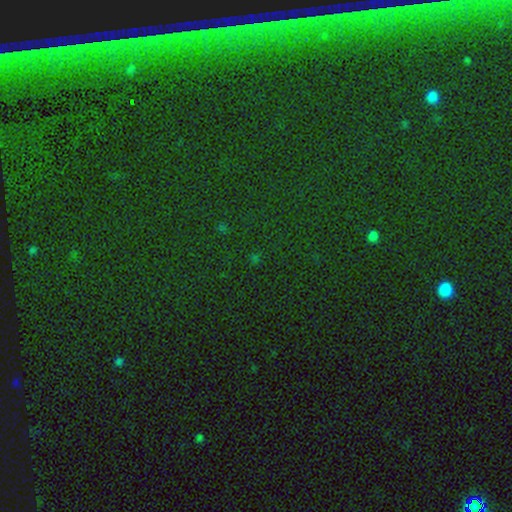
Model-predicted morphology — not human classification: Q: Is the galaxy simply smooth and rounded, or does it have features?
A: star or artifact — 75%.